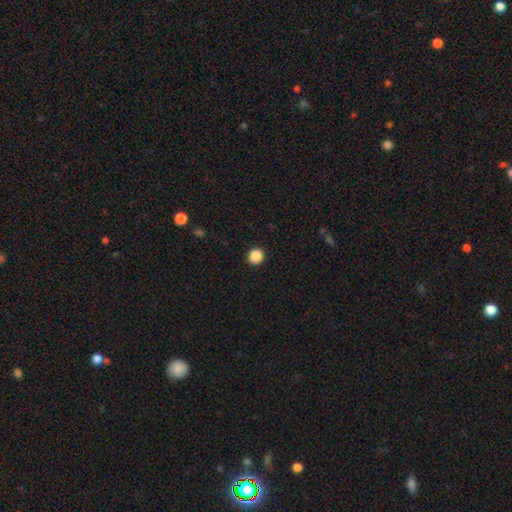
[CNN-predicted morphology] smooth_or_featured: smooth (p=0.88) [alt: star or artifact p=0.09]
how_rounded: round (p=0.90) [alt: in between p=0.09]
merging: none (p=0.93) [alt: minor disturbance p=0.05]